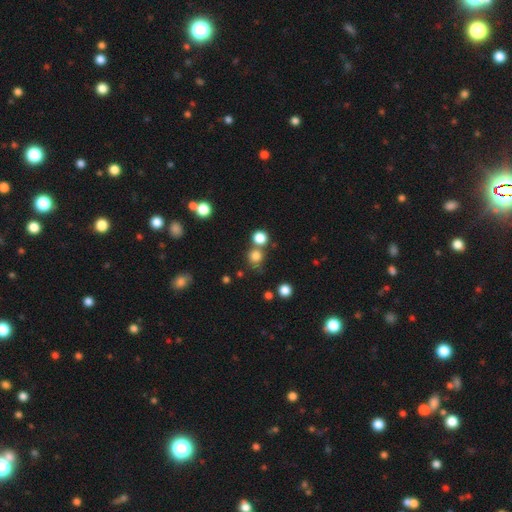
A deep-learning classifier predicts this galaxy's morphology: type=smooth (79%); roundness=round (88%); merging=none (62%).